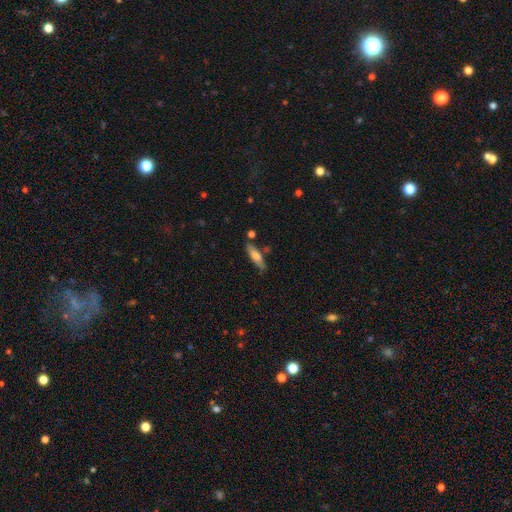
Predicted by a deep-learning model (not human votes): The model was most divided on "how rounded": cigar-shaped: 64%, in between: 34%, round: 2%. More confident: merging — none (74%); smooth or featured — smooth (65%).